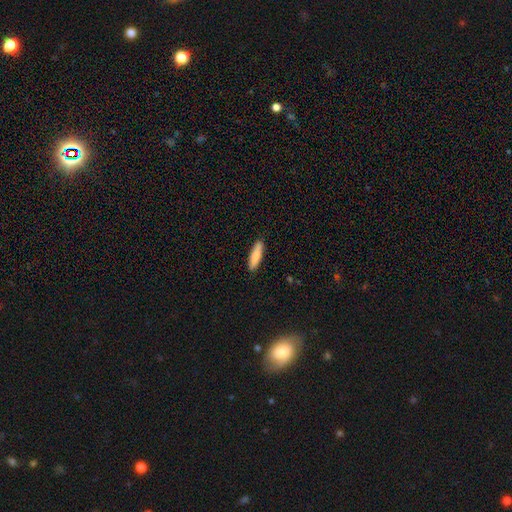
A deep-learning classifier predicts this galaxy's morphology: This appears to be a smooth galaxy with no disk features (84%) that is cigar-shaped (71%). Merging: none (90%).